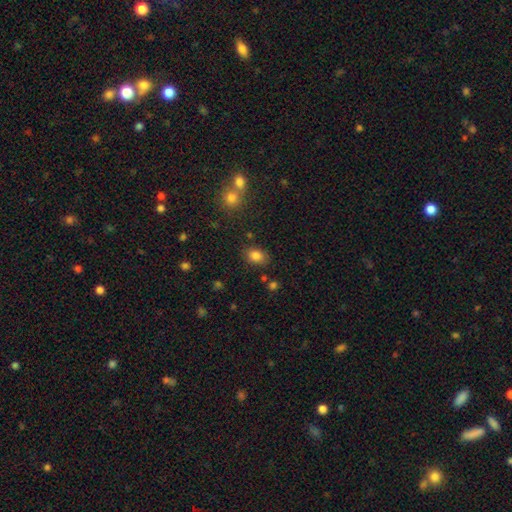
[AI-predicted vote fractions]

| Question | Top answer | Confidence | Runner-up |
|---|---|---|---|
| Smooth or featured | smooth | 82% | star or artifact (11%) |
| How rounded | in between | 71% | round (28%) |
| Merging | none | 82% | minor disturbance (12%) |